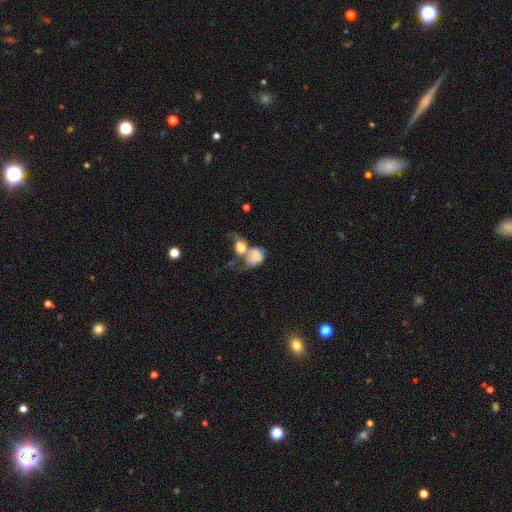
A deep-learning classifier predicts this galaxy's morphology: type=smooth (56%); roundness=in between (62%); merging=merger (68%).